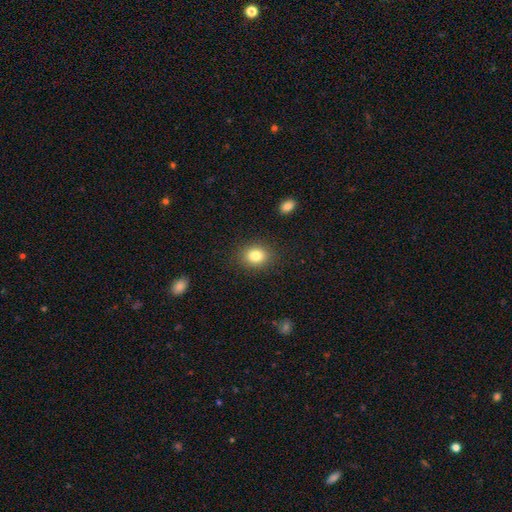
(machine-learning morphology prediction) Smooth or featured: smooth — 82% (star or artifact — 10%)
How rounded: round — 60% (in between — 39%)
Merging: none — 88% (minor disturbance — 8%)